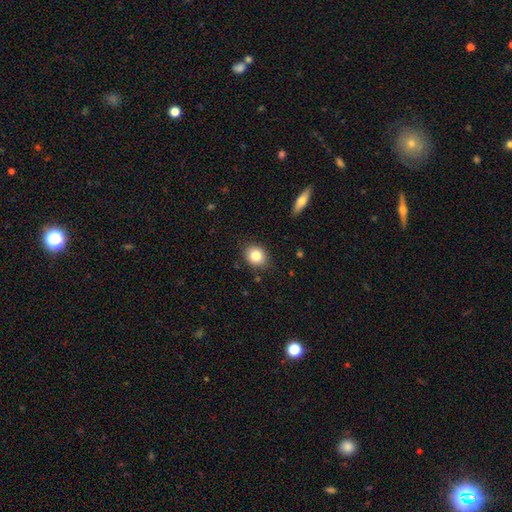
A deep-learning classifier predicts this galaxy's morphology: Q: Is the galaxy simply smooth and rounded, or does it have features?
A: smooth — 82%.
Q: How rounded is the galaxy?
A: round — 56%.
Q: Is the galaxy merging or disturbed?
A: none — 86%.